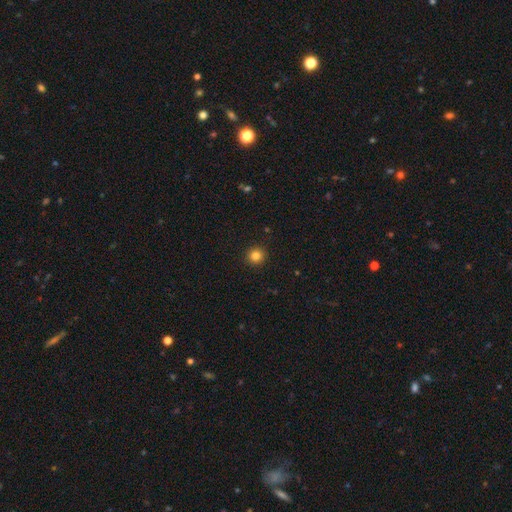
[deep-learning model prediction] Q: Smooth or featured?
A: smooth (83%); runner-up: star or artifact (12%)
Q: How rounded?
A: round (95%); runner-up: in between (5%)
Q: Merging?
A: none (93%); runner-up: minor disturbance (5%)